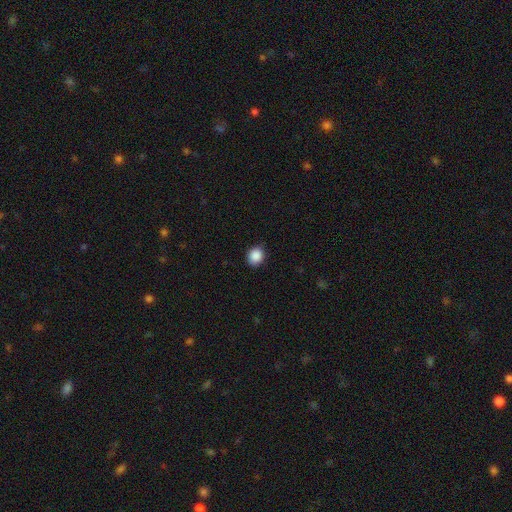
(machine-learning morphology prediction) Overall: smooth (89%). How rounded: round (71%). Merging: none (87%).